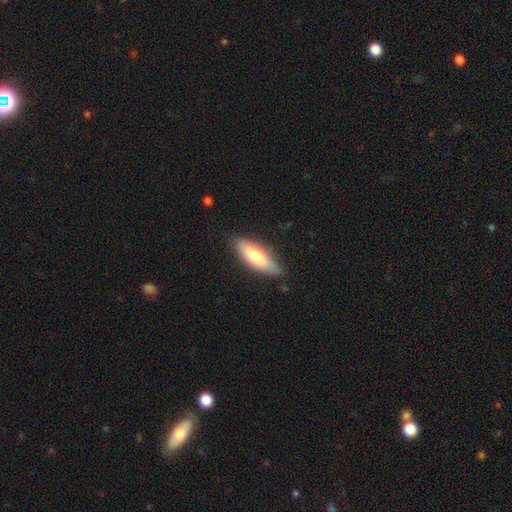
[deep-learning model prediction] The model was most divided on "how rounded": in between: 60%, cigar-shaped: 38%, round: 2%. More confident: merging — none (78%); smooth or featured — smooth (71%).